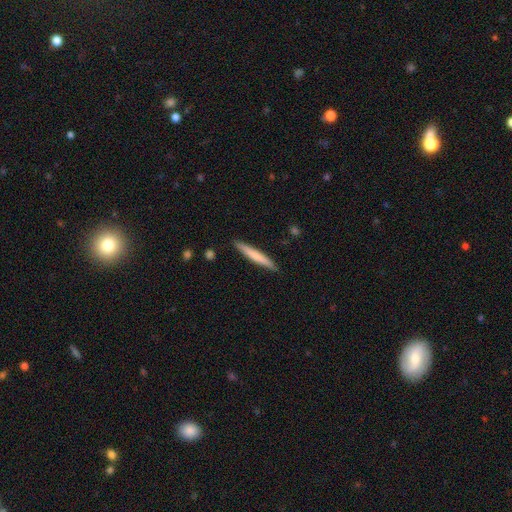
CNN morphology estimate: smooth-or-featured: smooth: 68% | featured or disk: 27% | star or artifact: 5%
  how-rounded: cigar-shaped: 95% | in between: 3% | round: 1%
  merging: none: 90% | minor disturbance: 7% | major disturbance: 1% | merger: 1%